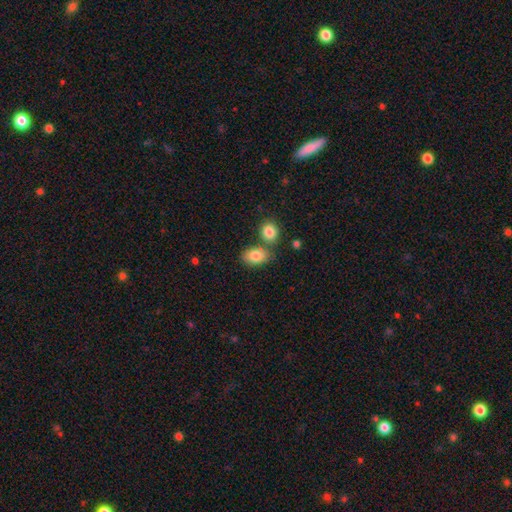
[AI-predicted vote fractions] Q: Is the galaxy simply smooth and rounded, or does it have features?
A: smooth — 83%.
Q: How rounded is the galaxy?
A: in between — 84%.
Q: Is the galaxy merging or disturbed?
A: none — 59%.